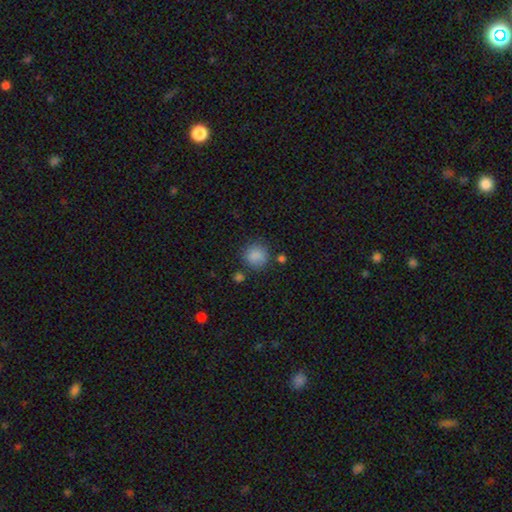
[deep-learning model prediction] Smooth or featured? smooth (86%)
How rounded? round (88%)
Merging? none (77%)